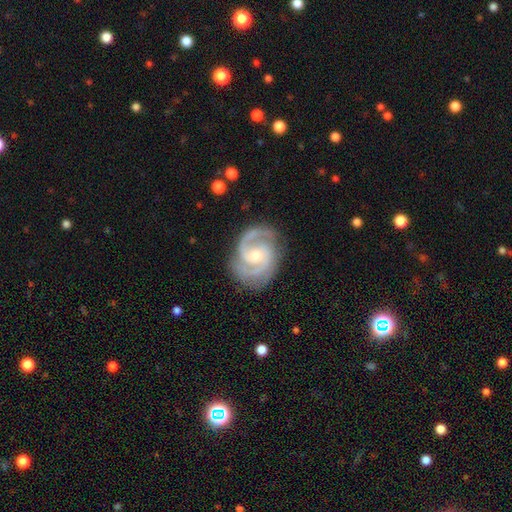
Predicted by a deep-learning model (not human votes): The model was most divided on "bulge size": small: 51%, moderate: 46%, large: 2%, none: 1%, dominant: 1%. More confident: spiral arms — yes (98%); edge-on disk — no (98%); smooth or featured — featured or disk (92%); merging — none (80%); spiral arm count — 2 (69%); bar — no (53%); spiral winding — medium (50%).